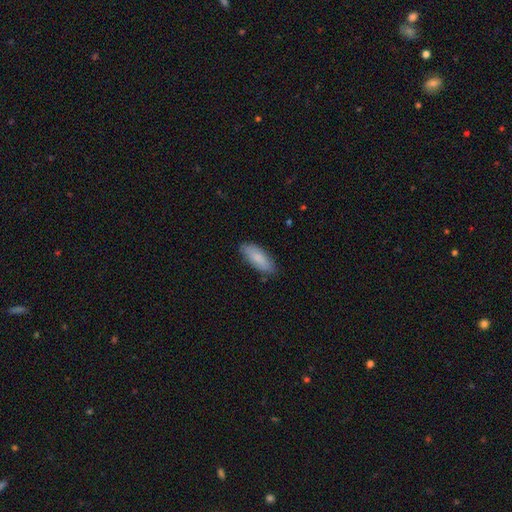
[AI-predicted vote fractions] The model was most divided on "how rounded": in between: 72%, cigar-shaped: 27%, round: 2%. More confident: merging — none (85%); smooth or featured — smooth (84%).